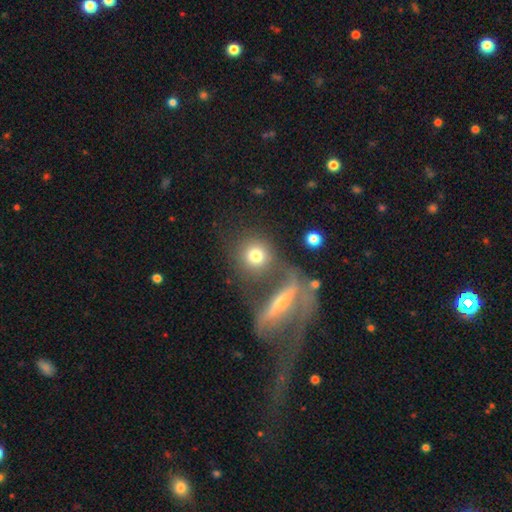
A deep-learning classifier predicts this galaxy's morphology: smooth 74%, featured or disk 16%, star or artifact 11%. Down the decision tree: how rounded — round (88%); merging — none (57%).